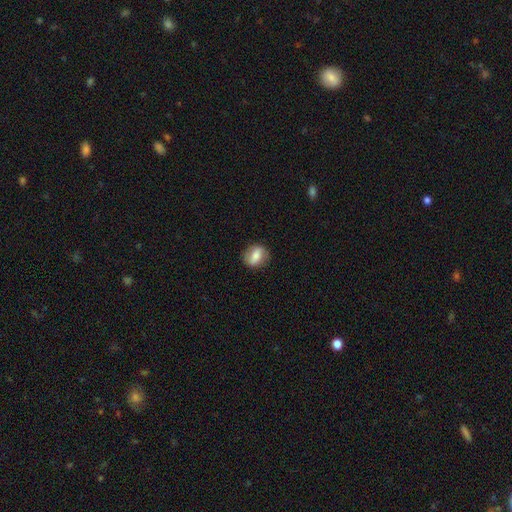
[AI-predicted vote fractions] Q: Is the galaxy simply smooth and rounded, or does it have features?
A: smooth — 68%.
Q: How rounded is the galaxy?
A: in between — 50%.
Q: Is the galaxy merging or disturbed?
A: none — 84%.